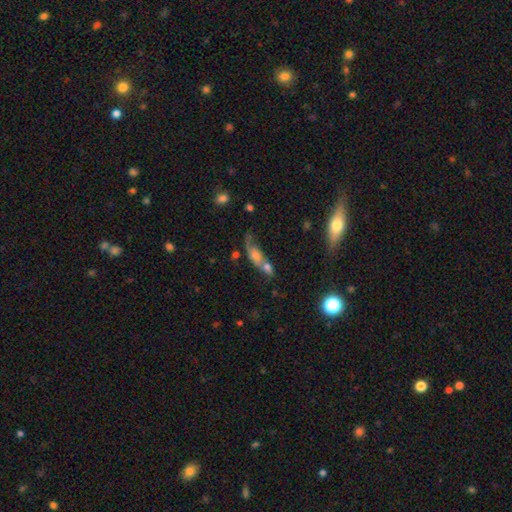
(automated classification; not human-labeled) A smooth galaxy with no disk features (47%). Merging: merger (45%).